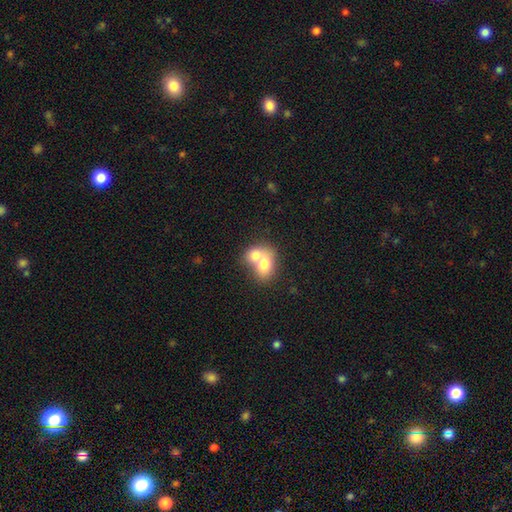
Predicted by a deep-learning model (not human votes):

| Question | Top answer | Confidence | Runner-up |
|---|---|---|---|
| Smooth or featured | smooth | 71% | featured or disk (21%) |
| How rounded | in between | 62% | round (37%) |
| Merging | merger | 75% | none (17%) |